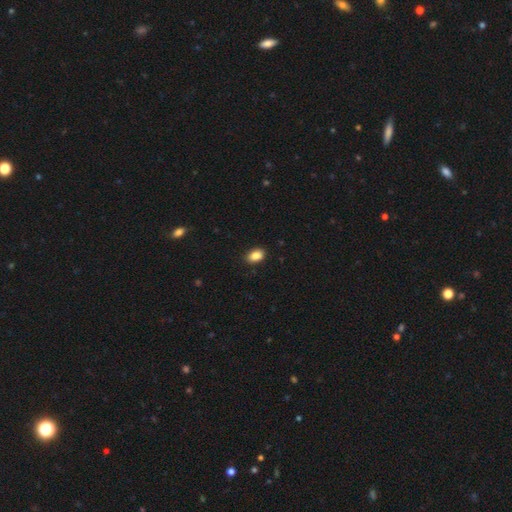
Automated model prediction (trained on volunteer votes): Smooth or featured?
  - smooth: 88% *
  - star or artifact: 8%
  - featured or disk: 4%
How rounded?
  - in between: 87% *
  - round: 12%
  - cigar-shaped: 1%
Merging?
  - none: 89% *
  - minor disturbance: 8%
  - major disturbance: 2%
  - merger: 1%